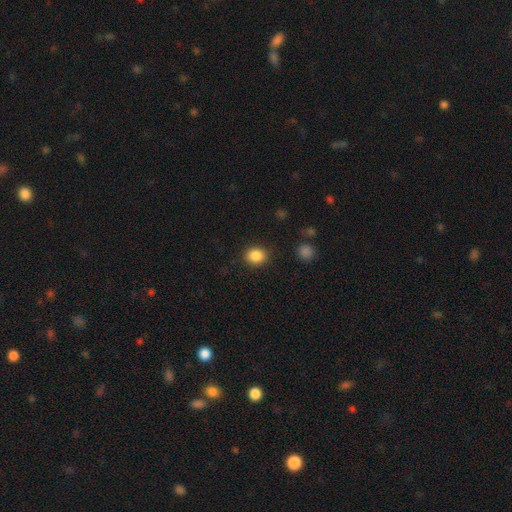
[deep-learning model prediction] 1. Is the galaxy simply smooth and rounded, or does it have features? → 87% smooth, 9% star or artifact, 4% featured or disk.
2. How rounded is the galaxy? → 65% round, 34% in between, 1% cigar-shaped.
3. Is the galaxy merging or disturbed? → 88% none, 8% minor disturbance, 3% major disturbance, 2% merger.